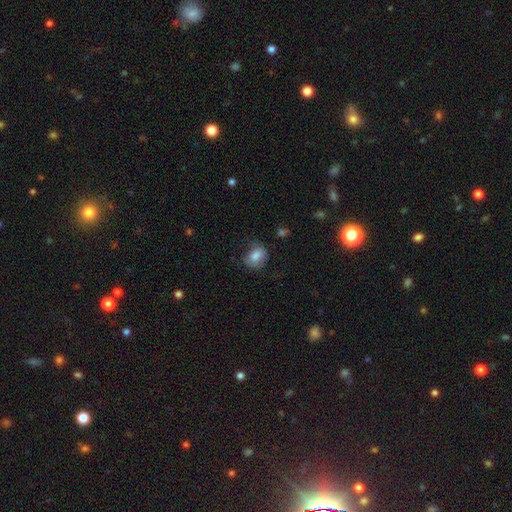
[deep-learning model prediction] Q: Smooth or featured?
A: smooth (78%); runner-up: featured or disk (14%)
Q: How rounded?
A: round (51%); runner-up: in between (48%)
Q: Merging?
A: none (58%); runner-up: minor disturbance (28%)